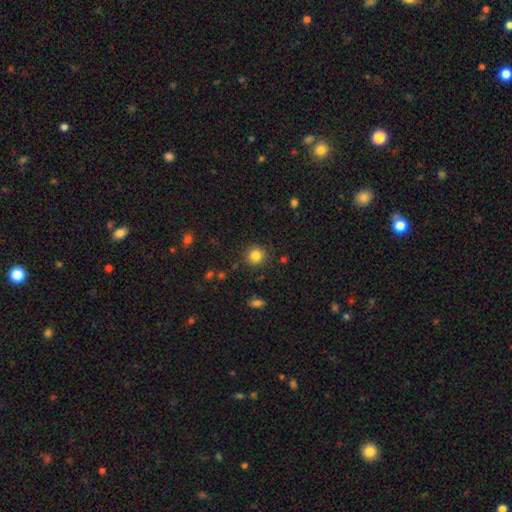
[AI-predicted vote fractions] Q: Smooth or featured?
A: smooth (83%); runner-up: star or artifact (11%)
Q: How rounded?
A: round (92%); runner-up: in between (7%)
Q: Merging?
A: none (89%); runner-up: minor disturbance (7%)